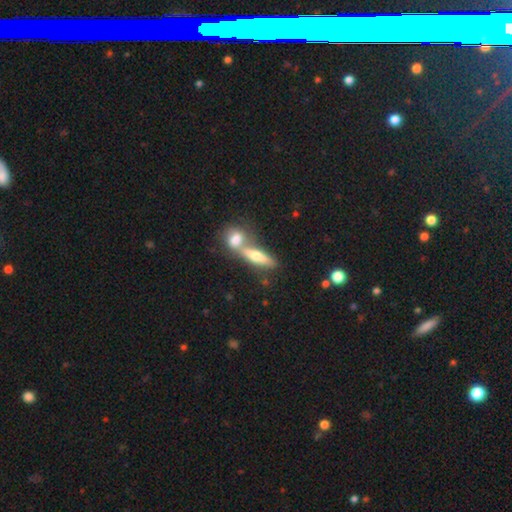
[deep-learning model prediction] Smooth or featured?
  - smooth: 61% *
  - featured or disk: 31%
  - star or artifact: 7%
How rounded?
  - cigar-shaped: 54% *
  - in between: 40%
  - round: 6%
Merging?
  - merger: 51% *
  - none: 37%
  - minor disturbance: 8%
  - major disturbance: 4%